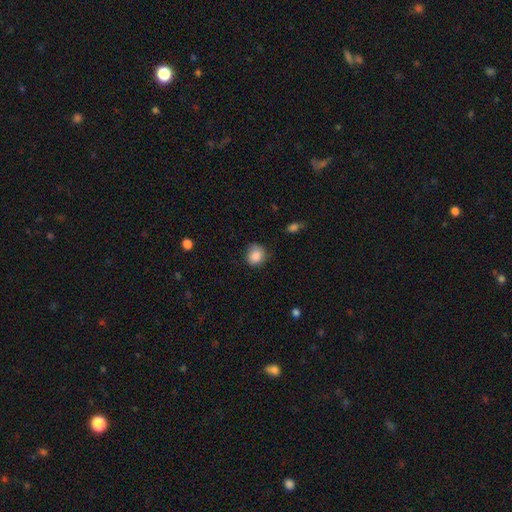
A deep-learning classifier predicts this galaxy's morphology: Smooth or featured? Predicted: smooth (p=0.87). How rounded? Predicted: round (p=0.78). Merging? Predicted: none (p=0.73).